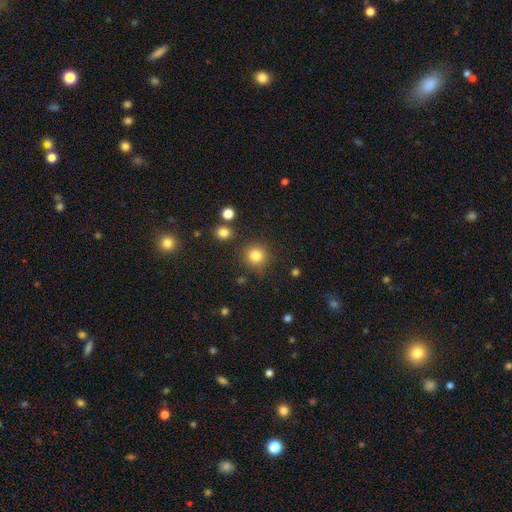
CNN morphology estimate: A smooth galaxy with no disk features (82%) that is round (93%).

Vote fractions:
- Smooth or featured? smooth: 82% / star or artifact: 12% / featured or disk: 6%
- How rounded? round: 93% / in between: 6% / cigar-shaped: 1%
- Merging? none: 83% / minor disturbance: 10% / merger: 4% / major disturbance: 3%